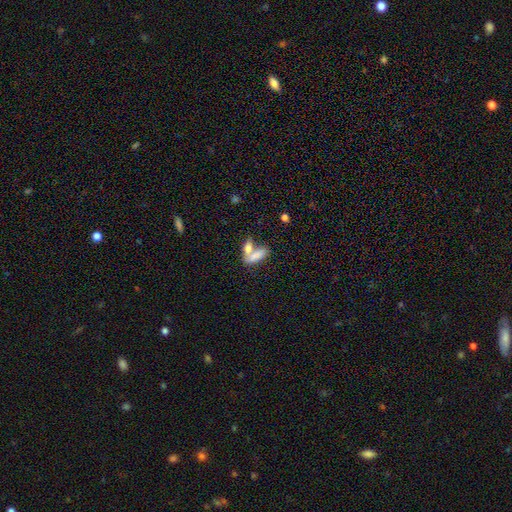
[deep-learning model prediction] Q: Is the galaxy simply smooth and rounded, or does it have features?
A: smooth — 80%.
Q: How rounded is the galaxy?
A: in between — 68%.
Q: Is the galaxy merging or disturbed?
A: merger — 54%.